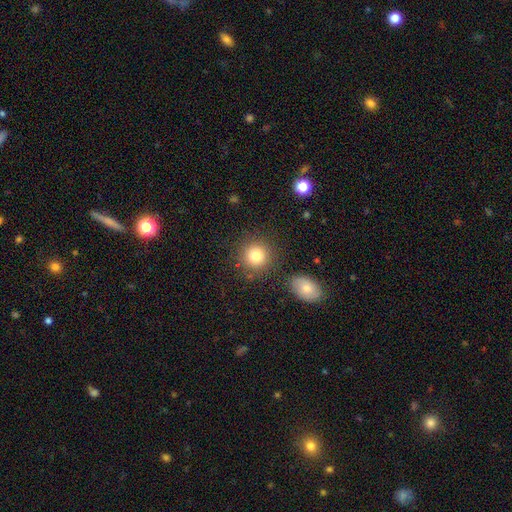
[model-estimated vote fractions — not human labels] Morphology: type=smooth (82%); roundness=round (90%); merging=none (83%).